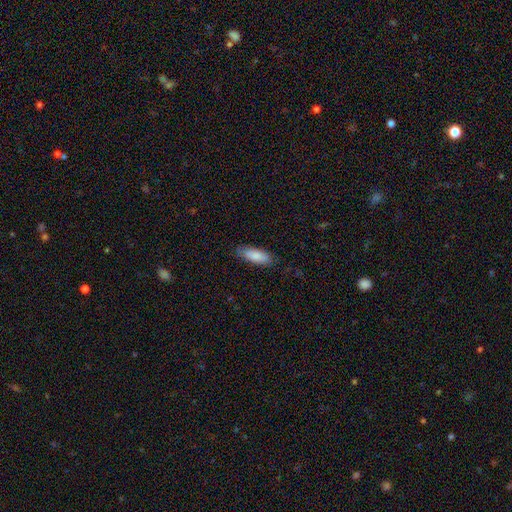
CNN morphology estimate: This is clearly a smooth galaxy (86%). How rounded: likely in between (67%). Merging: clearly none (81%).